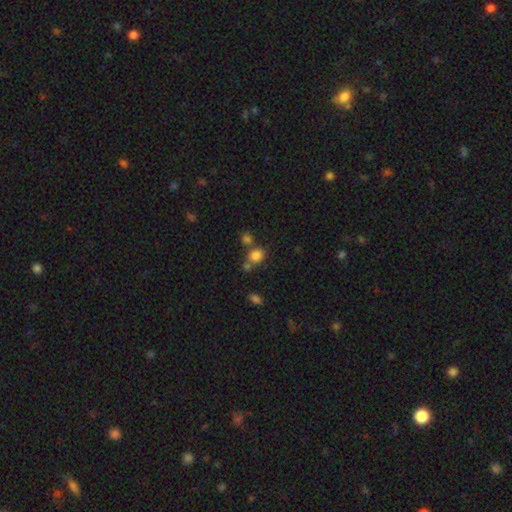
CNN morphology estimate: Smooth or featured: smooth — 80% (star or artifact — 13%)
How rounded: round — 76% (in between — 23%)
Merging: none — 56% (merger — 29%)